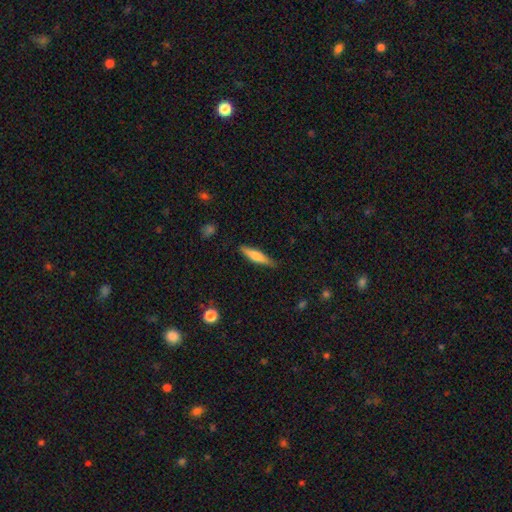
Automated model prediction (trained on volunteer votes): A smooth galaxy with no disk features (59%) that is cigar-shaped (81%). Merging: none (86%).